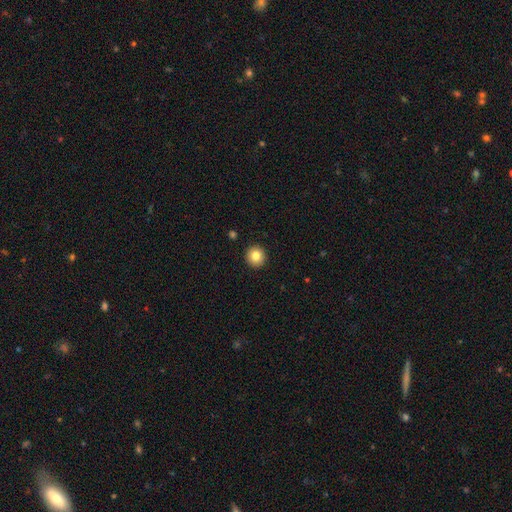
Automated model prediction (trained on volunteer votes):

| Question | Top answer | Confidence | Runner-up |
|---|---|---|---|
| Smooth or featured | smooth | 82% | star or artifact (10%) |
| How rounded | round | 94% | in between (5%) |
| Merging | none | 93% | minor disturbance (4%) |